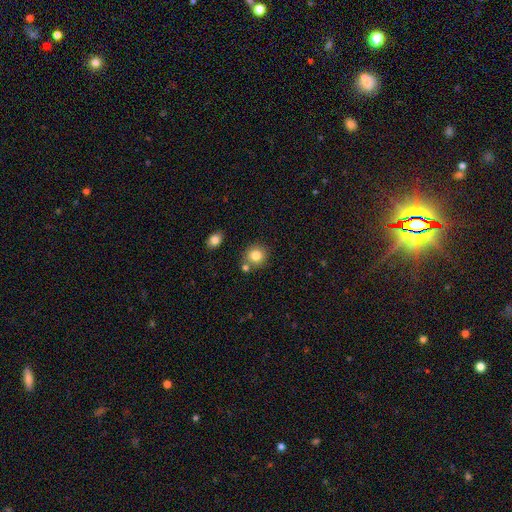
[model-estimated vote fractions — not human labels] Smooth or featured? Predicted: smooth (p=0.82). How rounded? Predicted: round (p=0.86). Merging? Predicted: none (p=0.74).